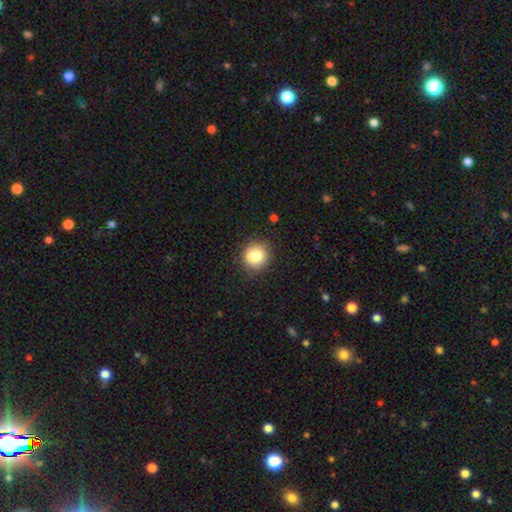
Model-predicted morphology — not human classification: A smooth galaxy with no disk features (81%) that is round (91%). Merging: none (87%).